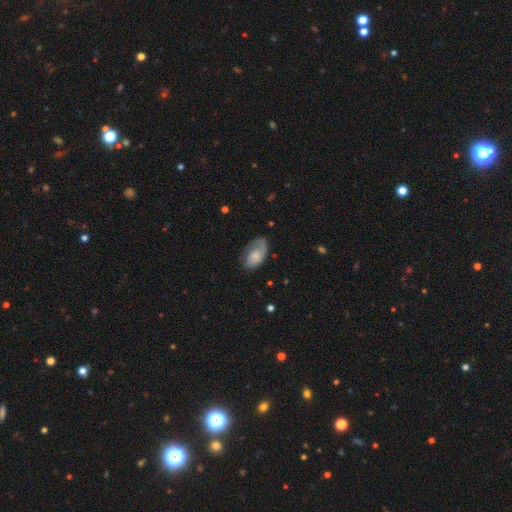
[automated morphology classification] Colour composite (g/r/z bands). It shows a smooth galaxy with no disk features (51%) that is in between round and cigar-shaped (92%). Merging: none (53%).